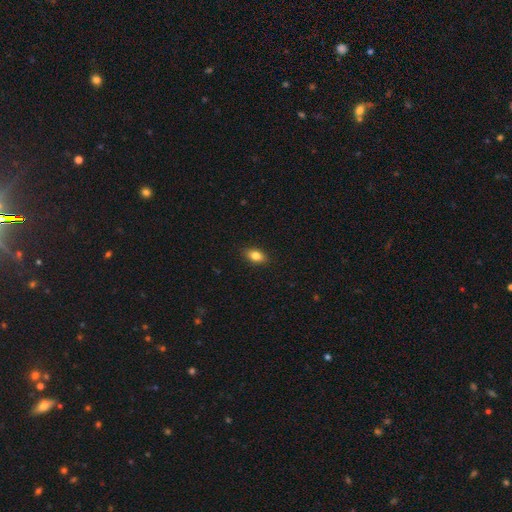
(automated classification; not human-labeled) Morphology: type=smooth (82%); roundness=in between (85%); merging=none (88%).